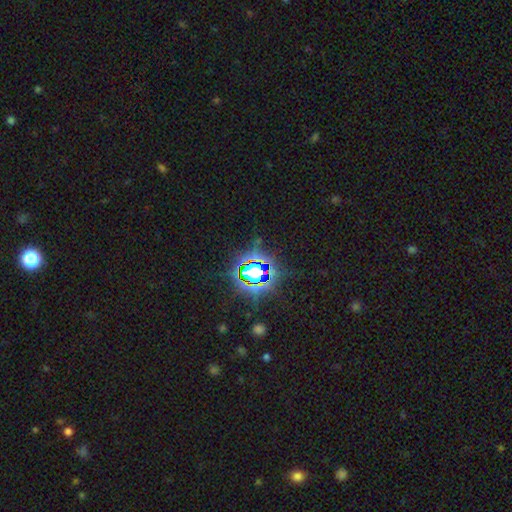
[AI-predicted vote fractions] smooth_or_featured: star or artifact (p=0.80) [alt: smooth p=0.12]